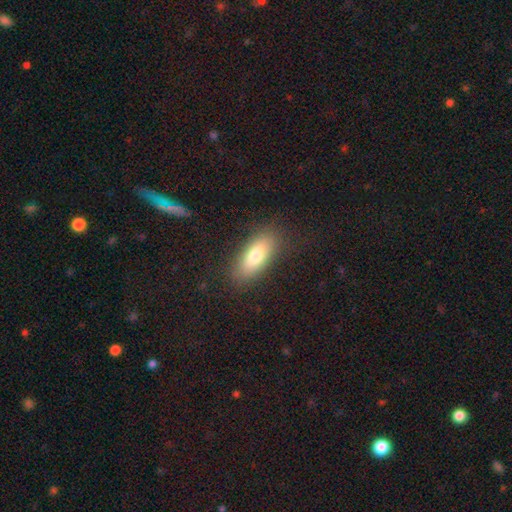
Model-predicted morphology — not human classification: Smooth or featured? smooth (77%)
How rounded? in between (77%)
Merging? none (85%)